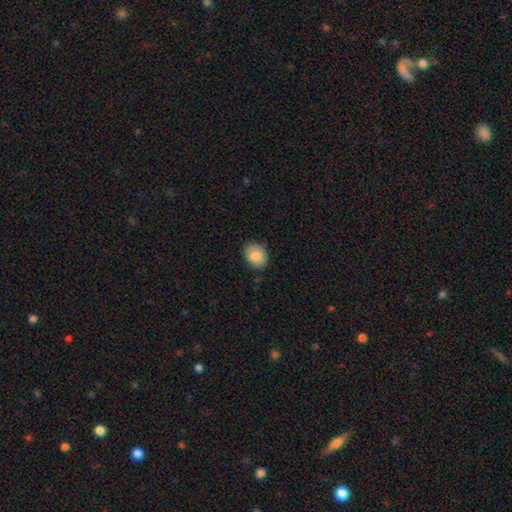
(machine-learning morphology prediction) Smooth or featured: smooth — 86% (star or artifact — 7%)
How rounded: in between — 53% (round — 46%)
Merging: none — 83% (minor disturbance — 13%)